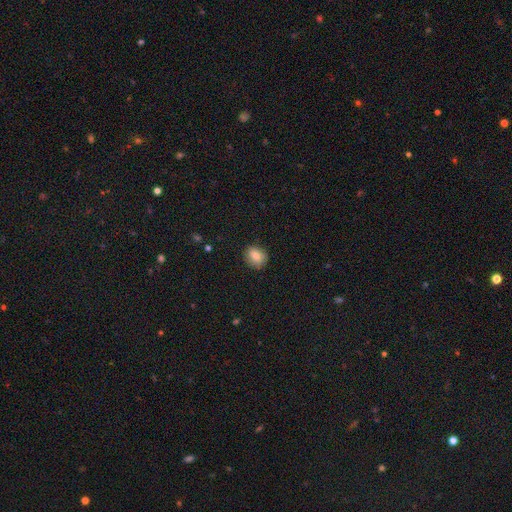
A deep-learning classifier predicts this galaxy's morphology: This appears to be a smooth galaxy with no disk features (77%) that is round (65%). Merging: none (86%).